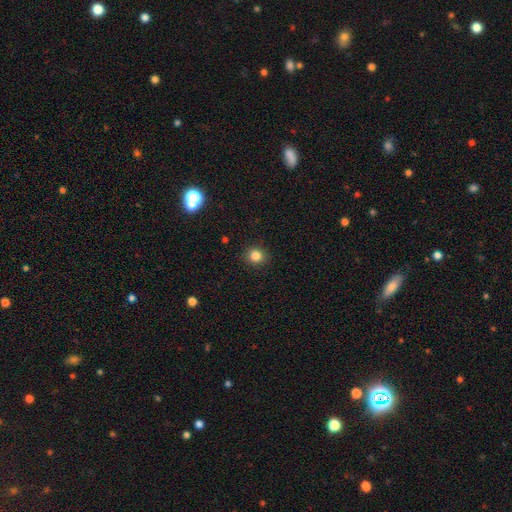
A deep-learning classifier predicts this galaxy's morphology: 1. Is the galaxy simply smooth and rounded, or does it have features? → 84% smooth, 12% star or artifact, 5% featured or disk.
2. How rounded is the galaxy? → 85% round, 14% in between, 1% cigar-shaped.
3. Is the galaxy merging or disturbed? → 90% none, 7% minor disturbance, 2% major disturbance, 1% merger.